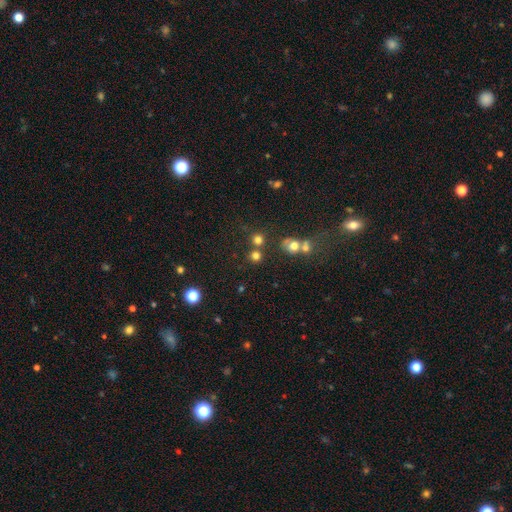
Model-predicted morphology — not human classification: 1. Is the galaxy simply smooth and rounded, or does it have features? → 74% smooth, 19% star or artifact, 8% featured or disk.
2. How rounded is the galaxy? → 90% round, 9% in between, 1% cigar-shaped.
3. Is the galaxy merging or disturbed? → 68% none, 21% merger, 8% minor disturbance, 4% major disturbance.